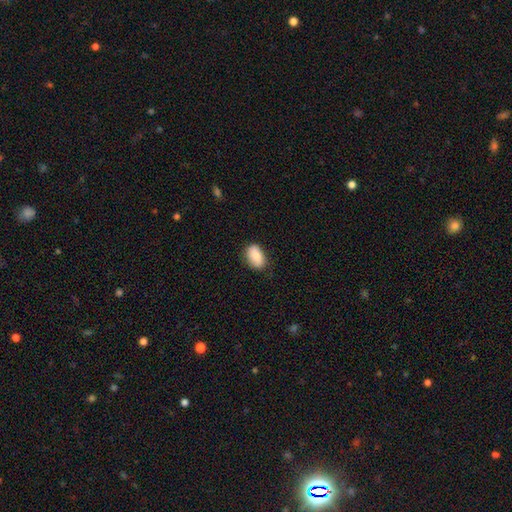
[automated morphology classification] Overall: smooth (83%). How rounded: in between (89%). Merging: none (79%).